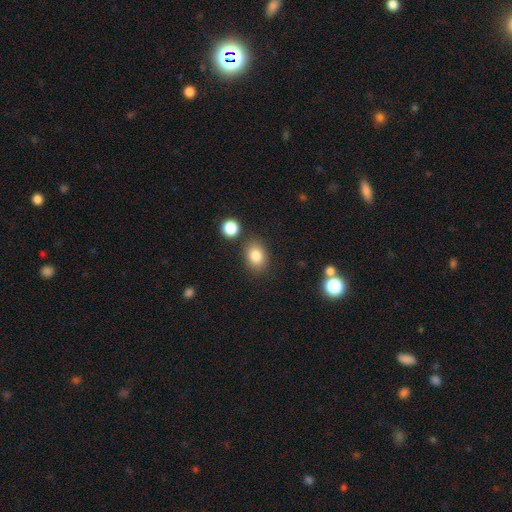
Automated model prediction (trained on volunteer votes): smooth-or-featured: smooth: 84% | star or artifact: 9% | featured or disk: 7%
  how-rounded: in between: 63% | round: 36% | cigar-shaped: 1%
  merging: none: 78% | minor disturbance: 12% | merger: 7% | major disturbance: 3%